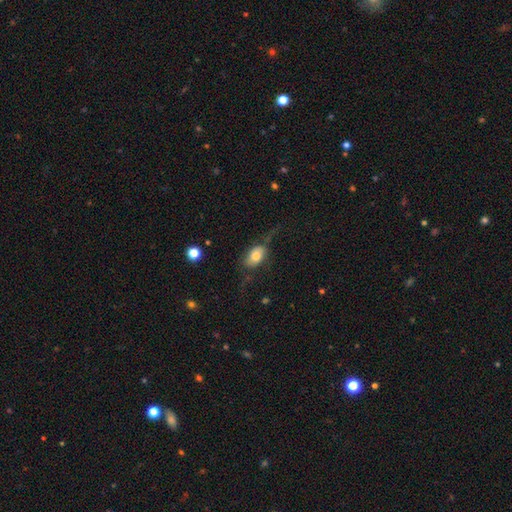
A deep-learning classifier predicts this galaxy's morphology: A smooth galaxy with no disk features (67%) that is in between round and cigar-shaped (88%). Merging: none (45%).